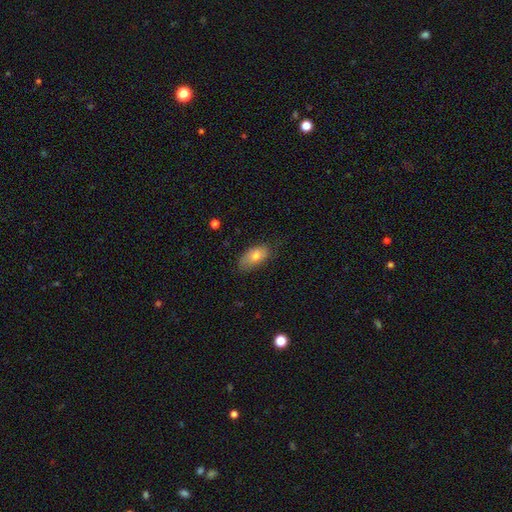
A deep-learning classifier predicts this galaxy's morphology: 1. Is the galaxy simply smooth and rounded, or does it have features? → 74% smooth, 18% featured or disk, 8% star or artifact.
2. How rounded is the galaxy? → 91% in between, 5% cigar-shaped, 5% round.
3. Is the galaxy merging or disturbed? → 68% none, 25% minor disturbance, 6% major disturbance, 1% merger.